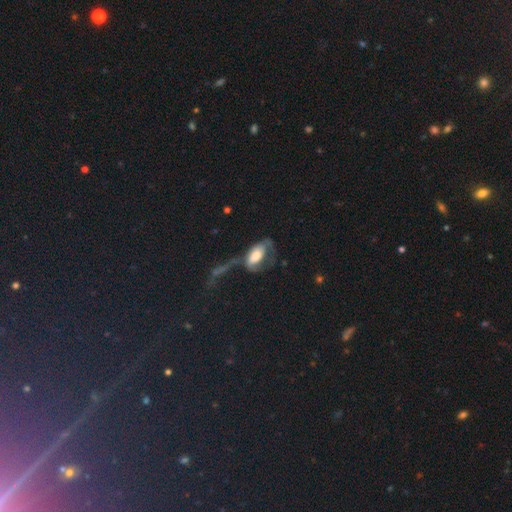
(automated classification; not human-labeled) This appears to be a smooth galaxy with no disk features (51%) that is in between round and cigar-shaped (90%). Merging: major disturbance (52%).